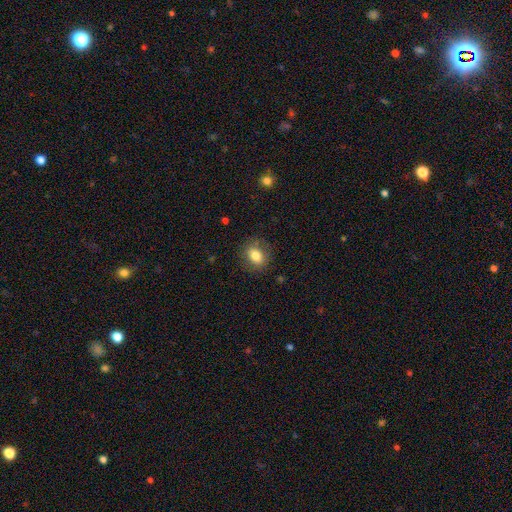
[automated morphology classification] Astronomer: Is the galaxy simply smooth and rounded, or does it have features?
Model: smooth — 80%.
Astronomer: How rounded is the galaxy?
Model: in between — 57% (runner-up: round, 42%).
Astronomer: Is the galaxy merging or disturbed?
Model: none — 82%.